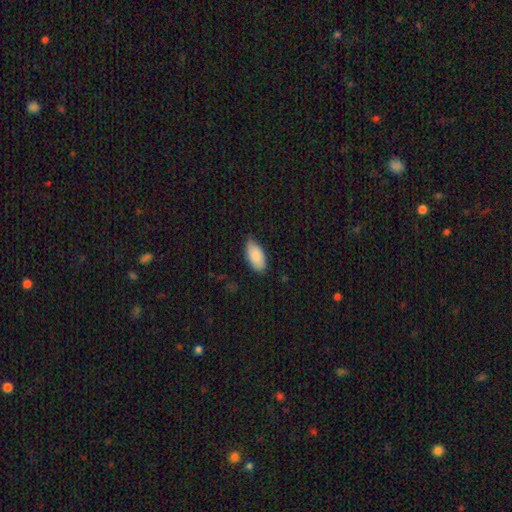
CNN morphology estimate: Smooth or featured? smooth (88%)
How rounded? in between (93%)
Merging? none (72%)